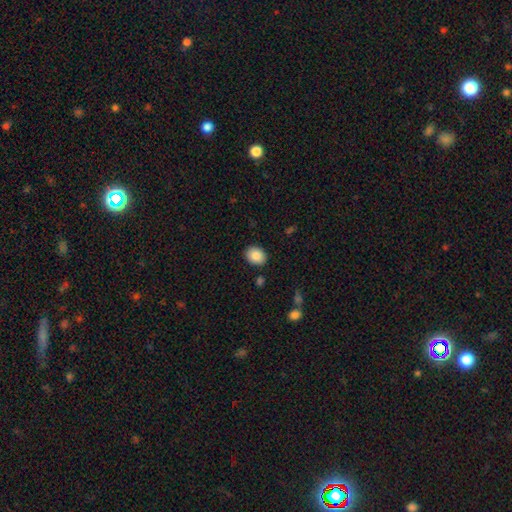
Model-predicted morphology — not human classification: Overall: smooth (85%). How rounded: in between (51%; round 48%). Merging: none (88%).